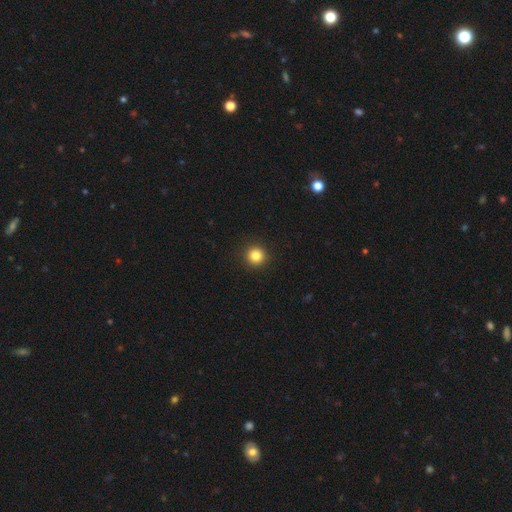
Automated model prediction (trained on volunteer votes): Smooth or featured? smooth (84%)
How rounded? round (95%)
Merging? none (93%)